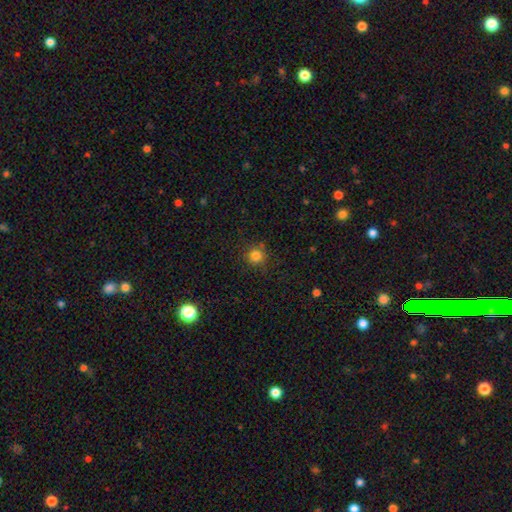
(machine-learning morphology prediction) Q: Smooth or featured?
A: smooth (81%); runner-up: star or artifact (14%)
Q: How rounded?
A: round (94%); runner-up: in between (5%)
Q: Merging?
A: none (84%); runner-up: minor disturbance (11%)